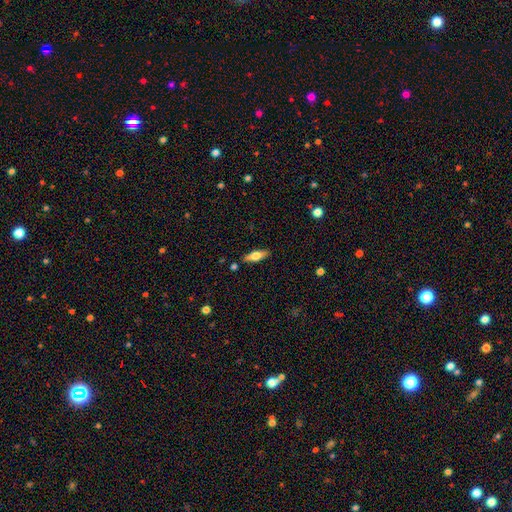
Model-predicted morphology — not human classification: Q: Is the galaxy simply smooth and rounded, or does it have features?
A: smooth — 57%.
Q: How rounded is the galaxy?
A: in between — 56%.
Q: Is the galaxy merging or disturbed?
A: none — 86%.